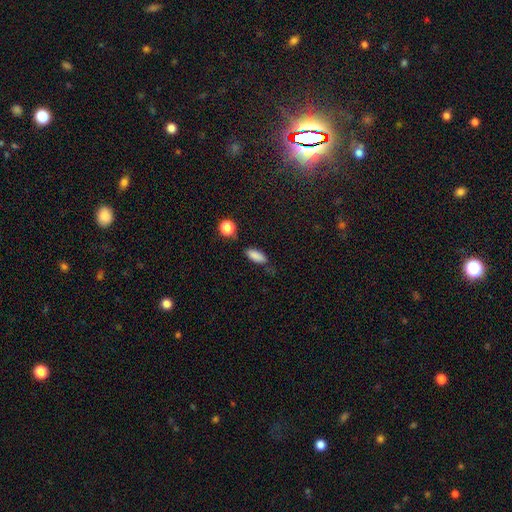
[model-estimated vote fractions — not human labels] Smooth or featured?
  - smooth: 85% *
  - star or artifact: 9%
  - featured or disk: 6%
How rounded?
  - in between: 73% *
  - cigar-shaped: 24%
  - round: 3%
Merging?
  - none: 72% *
  - minor disturbance: 20%
  - major disturbance: 5%
  - merger: 4%